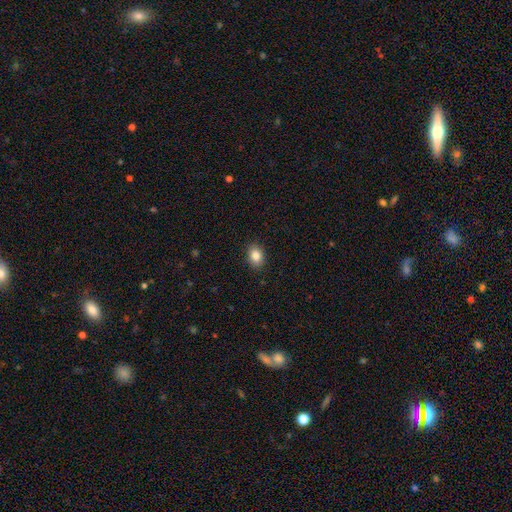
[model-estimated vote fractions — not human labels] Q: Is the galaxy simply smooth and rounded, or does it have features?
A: smooth — 84%.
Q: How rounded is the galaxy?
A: in between — 71%.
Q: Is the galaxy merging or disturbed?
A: none — 89%.